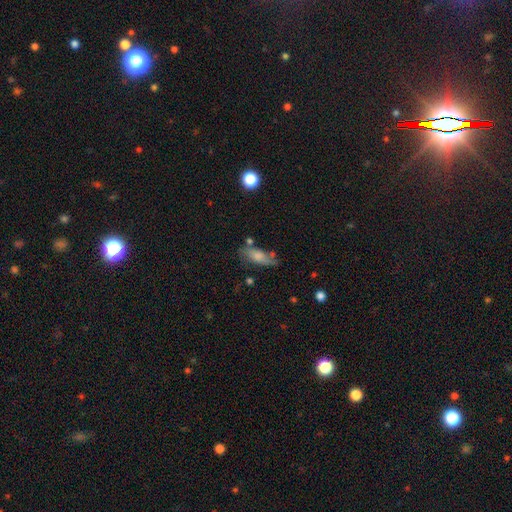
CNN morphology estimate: A smooth galaxy with no disk features (49%).

Vote fractions:
- Smooth or featured? smooth: 49% / featured or disk: 38% / star or artifact: 13%
- Merging? none: 61% / minor disturbance: 23% / major disturbance: 9% / merger: 6%